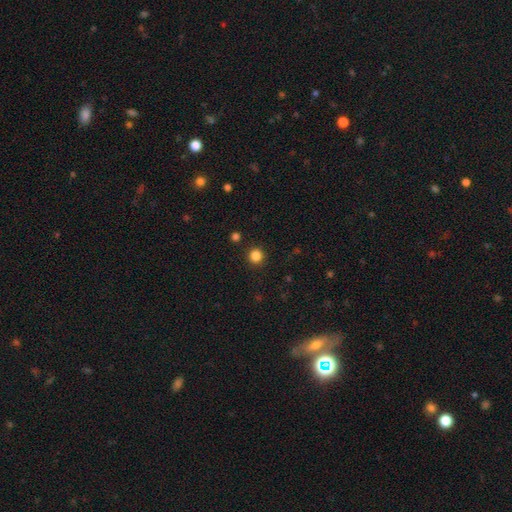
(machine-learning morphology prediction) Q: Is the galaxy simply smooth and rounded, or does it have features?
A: smooth — 85%.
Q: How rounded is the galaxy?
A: round — 94%.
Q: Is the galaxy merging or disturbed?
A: none — 91%.